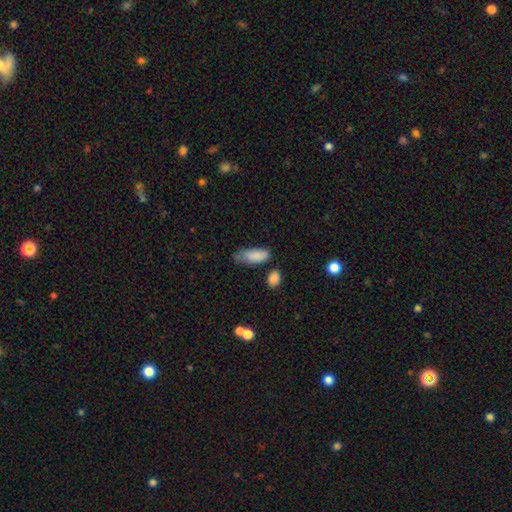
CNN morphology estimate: Q: Smooth or featured?
A: smooth (85%); runner-up: star or artifact (7%)
Q: How rounded?
A: in between (82%); runner-up: cigar-shaped (16%)
Q: Merging?
A: none (47%); runner-up: minor disturbance (36%)